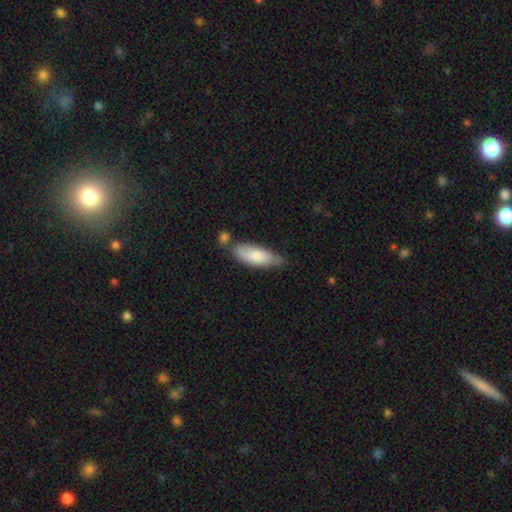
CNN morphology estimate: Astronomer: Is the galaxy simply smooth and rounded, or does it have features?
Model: smooth — 79%.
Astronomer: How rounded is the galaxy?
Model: in between — 71%.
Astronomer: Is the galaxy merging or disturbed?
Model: none — 57%.